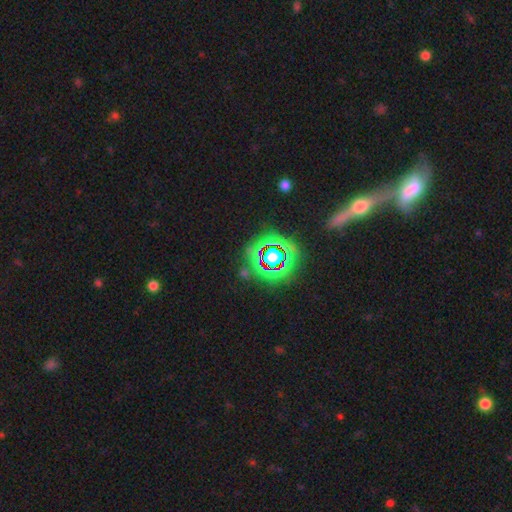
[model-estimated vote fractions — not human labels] Overall: star or artifact (56%; featured or disk 23%).